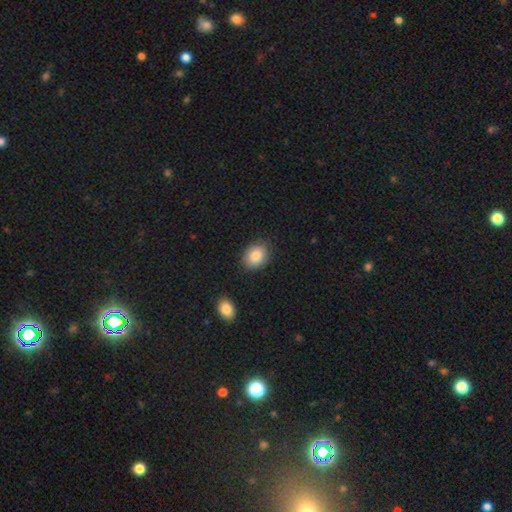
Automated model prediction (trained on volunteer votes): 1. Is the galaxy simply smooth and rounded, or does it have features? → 85% smooth, 8% star or artifact, 7% featured or disk.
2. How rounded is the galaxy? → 61% in between, 38% round, 1% cigar-shaped.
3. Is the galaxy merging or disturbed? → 85% none, 11% minor disturbance, 2% major disturbance, 2% merger.